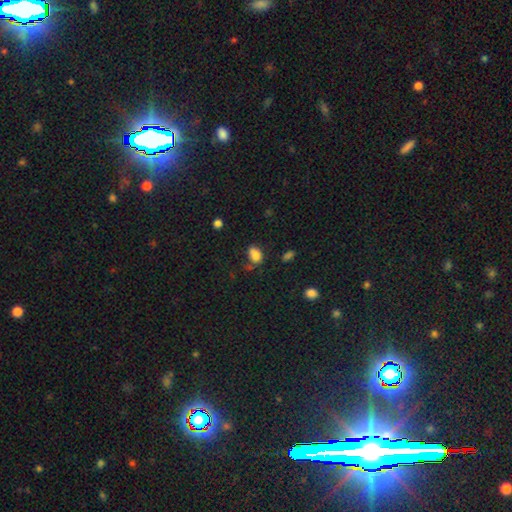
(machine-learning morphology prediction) A smooth galaxy with no disk features (79%) that is in between round and cigar-shaped (83%).

Vote fractions:
- Smooth or featured? smooth: 79% / star or artifact: 13% / featured or disk: 8%
- How rounded? in between: 83% / round: 16% / cigar-shaped: 2%
- Merging? none: 51% / minor disturbance: 24% / major disturbance: 13% / merger: 12%